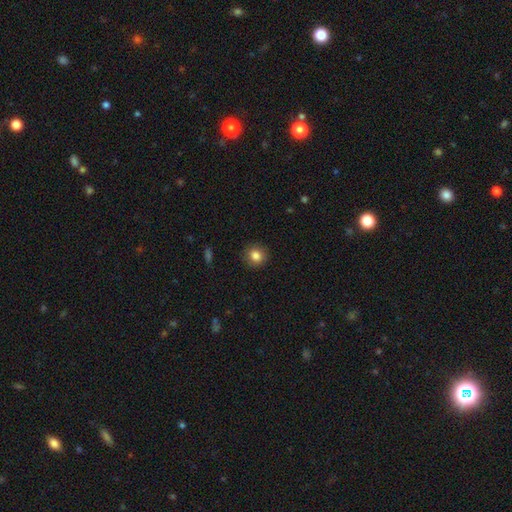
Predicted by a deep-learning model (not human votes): smooth-or-featured: smooth: 84% | star or artifact: 10% | featured or disk: 6%
  how-rounded: round: 83% | in between: 16% | cigar-shaped: 1%
  merging: none: 89% | minor disturbance: 7% | major disturbance: 2% | merger: 1%